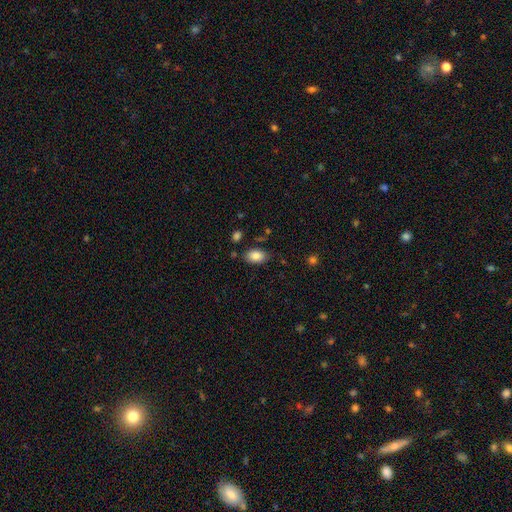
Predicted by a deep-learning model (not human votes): Overall: smooth (86%). How rounded: in between (90%). Merging: none (80%).